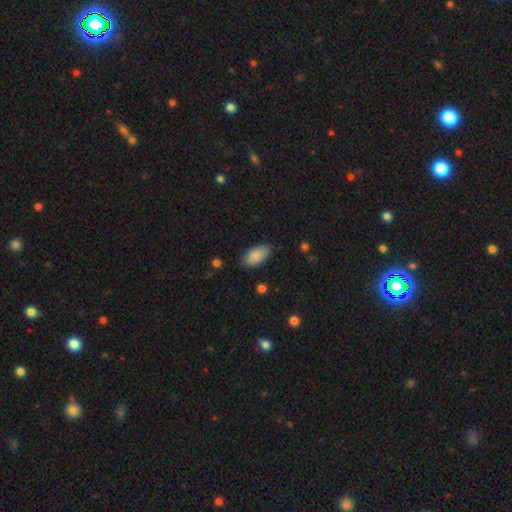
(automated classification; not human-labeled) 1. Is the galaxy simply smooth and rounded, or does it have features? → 87% smooth, 6% star or artifact, 6% featured or disk.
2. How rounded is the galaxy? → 93% in between, 5% cigar-shaped, 2% round.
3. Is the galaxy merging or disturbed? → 80% none, 16% minor disturbance, 3% major disturbance, 1% merger.